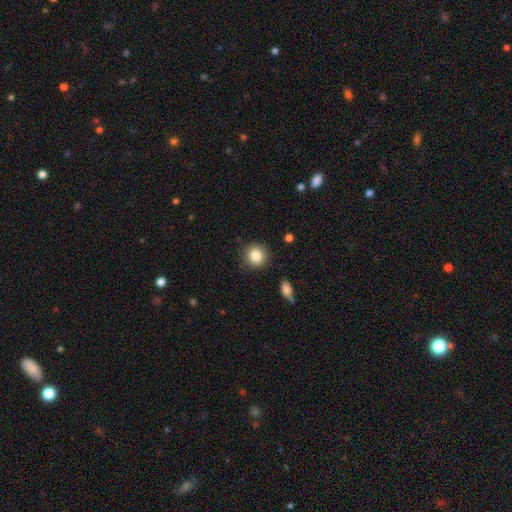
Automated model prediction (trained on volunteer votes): smooth_or_featured: smooth (p=0.85) [alt: star or artifact p=0.09]
how_rounded: round (p=0.91) [alt: in between p=0.08]
merging: none (p=0.88) [alt: minor disturbance p=0.08]